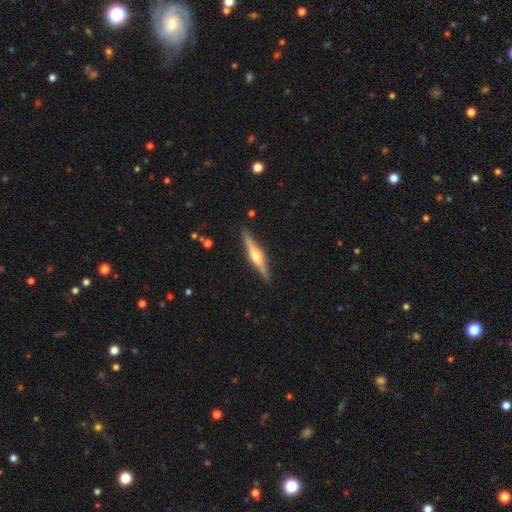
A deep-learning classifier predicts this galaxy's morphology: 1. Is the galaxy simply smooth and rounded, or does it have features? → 72% featured or disk, 23% smooth, 5% star or artifact.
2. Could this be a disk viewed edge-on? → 98% yes, 2% no.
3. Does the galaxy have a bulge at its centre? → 88% rounded, 8% boxy, 4% none.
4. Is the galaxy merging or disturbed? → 90% none, 7% minor disturbance, 2% major disturbance, 1% merger.